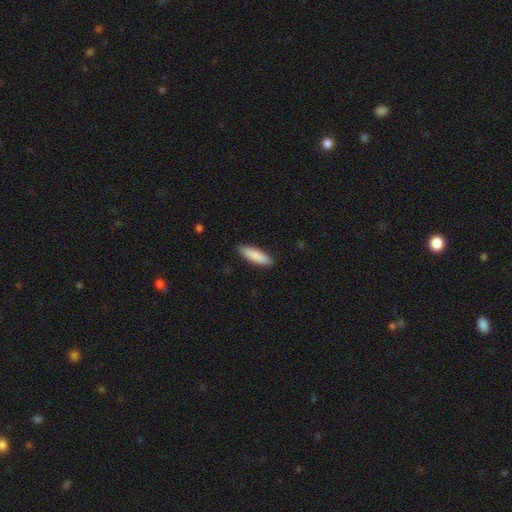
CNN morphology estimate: Overall: smooth (88%). How rounded: cigar-shaped (54%; in between 44%). Merging: none (87%).